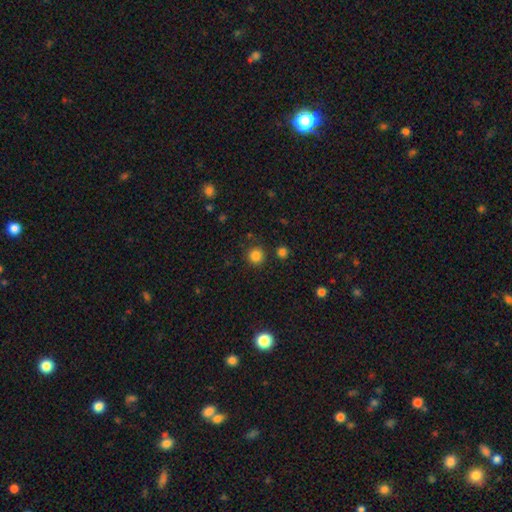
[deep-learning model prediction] smooth_or_featured: smooth (p=0.83) [alt: star or artifact p=0.13]
how_rounded: round (p=0.93) [alt: in between p=0.06]
merging: none (p=0.87) [alt: minor disturbance p=0.07]